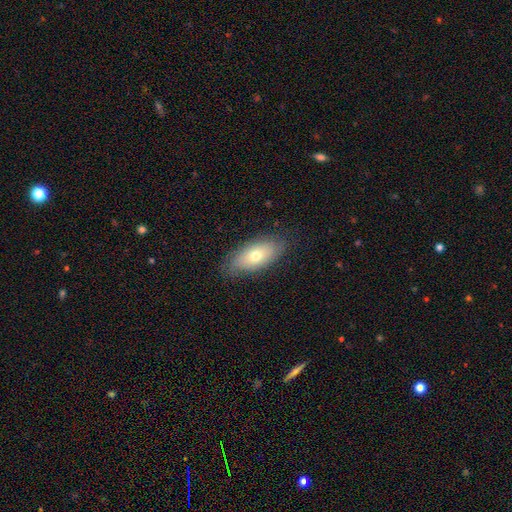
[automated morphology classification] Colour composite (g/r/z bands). It shows a smooth galaxy with no disk features (66%) that is in between round and cigar-shaped (87%). Merging: none (80%).